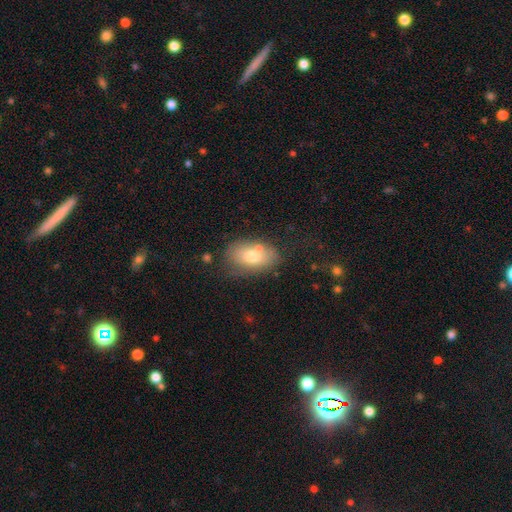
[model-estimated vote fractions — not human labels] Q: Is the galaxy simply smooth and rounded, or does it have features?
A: smooth — 71%.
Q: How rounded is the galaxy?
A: in between — 88%.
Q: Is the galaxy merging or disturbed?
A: none — 64%.